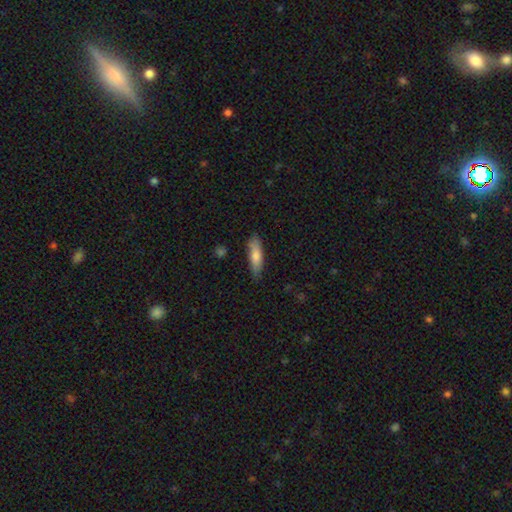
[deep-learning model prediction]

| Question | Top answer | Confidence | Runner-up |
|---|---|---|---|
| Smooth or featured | smooth | 73% | featured or disk (21%) |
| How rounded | cigar-shaped | 67% | in between (32%) |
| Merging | none | 78% | minor disturbance (17%) |